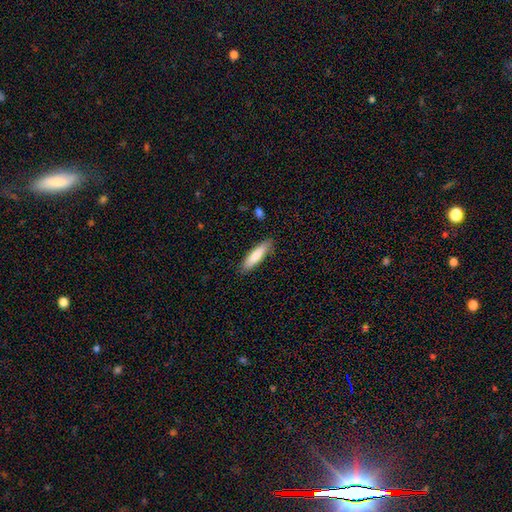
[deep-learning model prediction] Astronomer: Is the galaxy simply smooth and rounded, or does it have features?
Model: smooth — 81%.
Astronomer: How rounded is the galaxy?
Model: cigar-shaped — 69%.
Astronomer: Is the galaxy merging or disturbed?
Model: none — 85%.